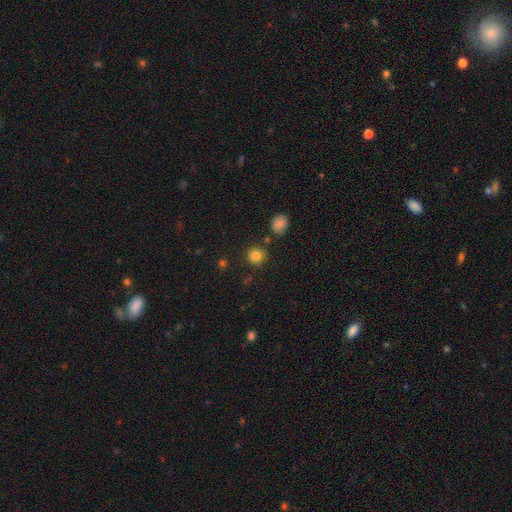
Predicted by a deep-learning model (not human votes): The model was most divided on "smooth or featured": smooth: 83%, star or artifact: 12%, featured or disk: 5%. More confident: how rounded — round (92%); merging — none (85%).